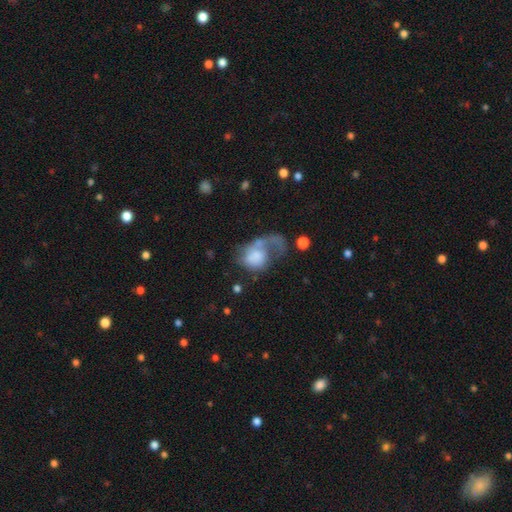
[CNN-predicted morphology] Smooth or featured? smooth (46%)
Merging? major disturbance (59%)